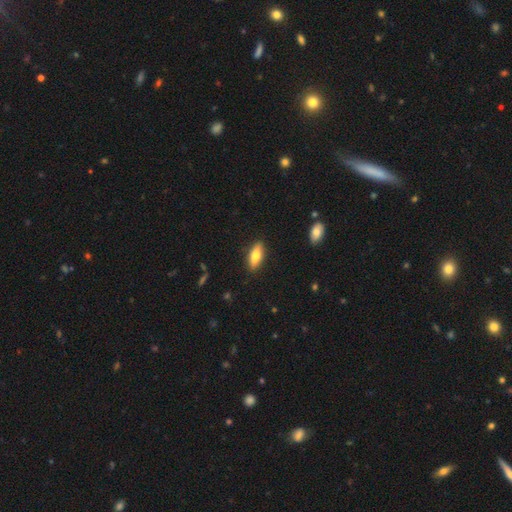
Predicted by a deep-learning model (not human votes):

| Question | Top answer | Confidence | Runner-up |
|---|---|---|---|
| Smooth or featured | smooth | 73% | featured or disk (21%) |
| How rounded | in between | 73% | cigar-shaped (24%) |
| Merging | none | 88% | minor disturbance (9%) |